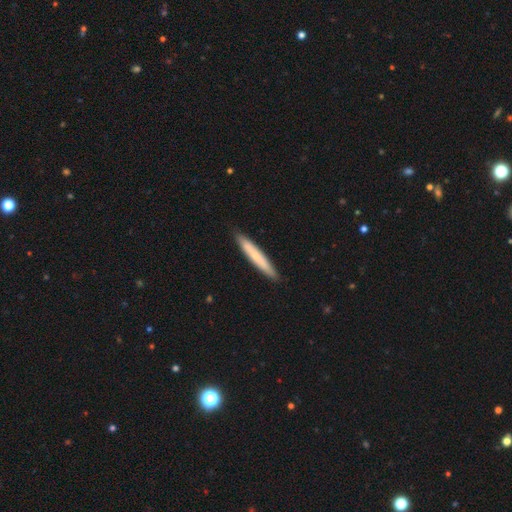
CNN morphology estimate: This appears to be a smooth galaxy with no disk features (66%) that is cigar-shaped (95%). Merging: none (90%).